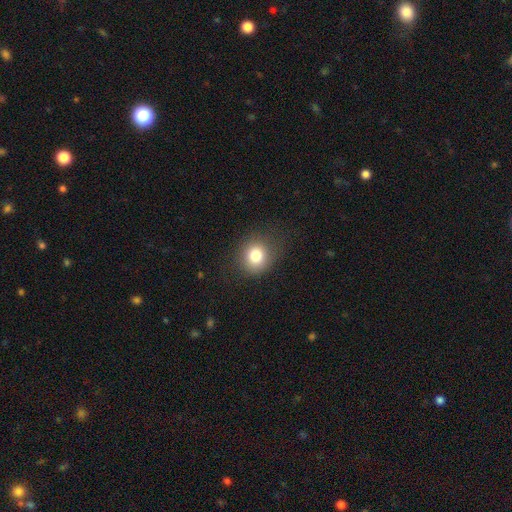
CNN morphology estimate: Smooth or featured: smooth — 80% (star or artifact — 11%)
How rounded: round — 79% (in between — 20%)
Merging: none — 81% (minor disturbance — 13%)